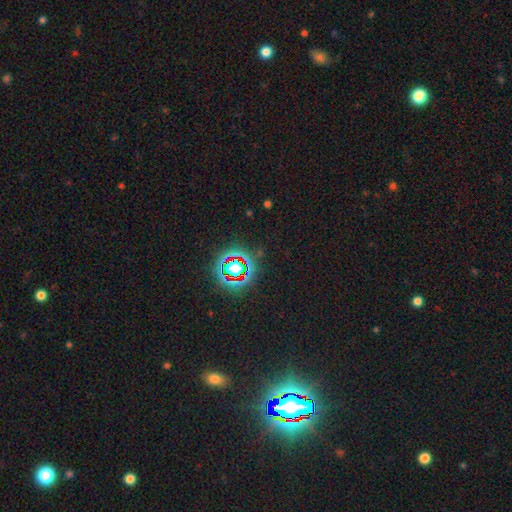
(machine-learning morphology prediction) smooth-or-featured: star or artifact: 81% | smooth: 10% | featured or disk: 8%